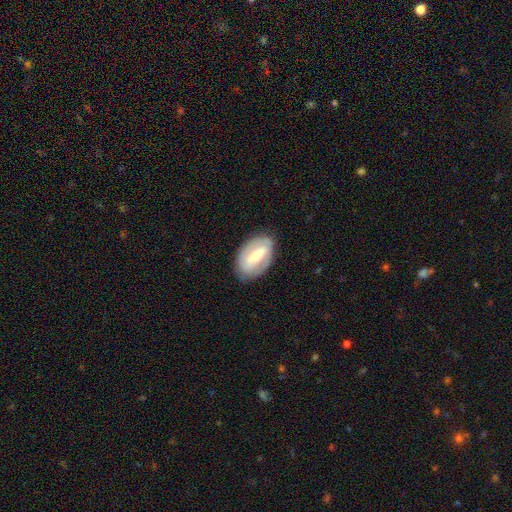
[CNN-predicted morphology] A featured or disk galaxy (56%) with a strong bar (57%), no spiral arms (55%) and a moderate central bulge (52%). Merging: none (80%).